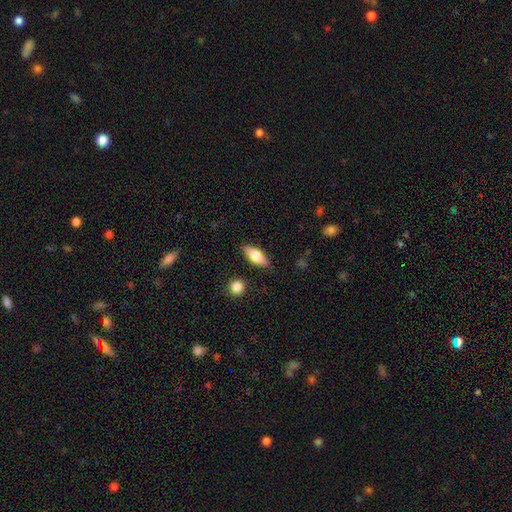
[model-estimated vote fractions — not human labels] Smooth or featured?
  - smooth: 74% *
  - featured or disk: 20%
  - star or artifact: 7%
How rounded?
  - in between: 80% *
  - cigar-shaped: 16%
  - round: 3%
Merging?
  - none: 84% *
  - minor disturbance: 11%
  - major disturbance: 3%
  - merger: 2%